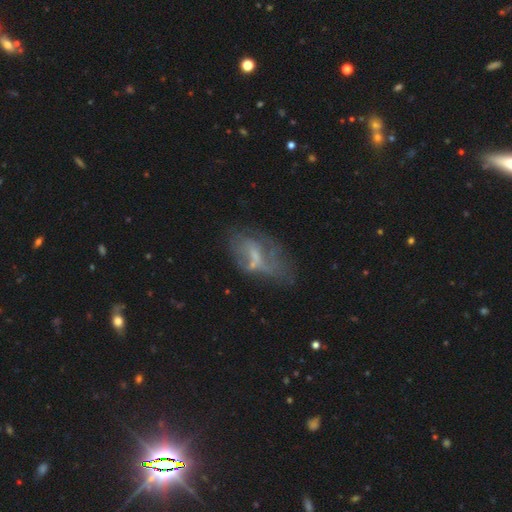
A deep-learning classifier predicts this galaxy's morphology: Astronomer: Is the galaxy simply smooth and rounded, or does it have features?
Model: featured or disk — 54% (runner-up: smooth, 34%).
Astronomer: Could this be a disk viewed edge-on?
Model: no — 94%.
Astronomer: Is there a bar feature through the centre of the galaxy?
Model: no — 55% (runner-up: weak, 35%).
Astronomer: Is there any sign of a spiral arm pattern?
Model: no — 68%.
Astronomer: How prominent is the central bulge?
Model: small — 41% (runner-up: none, 35%).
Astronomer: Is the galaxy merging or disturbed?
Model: none — 37% (runner-up: major disturbance, 29%).